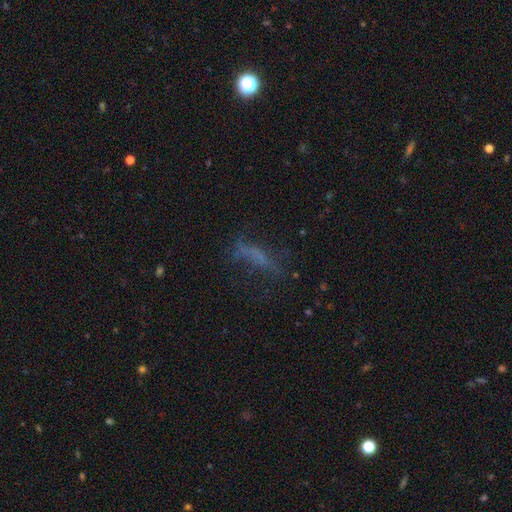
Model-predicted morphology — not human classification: This is marginally a smooth galaxy (43%). Merging: possibly none (48%).